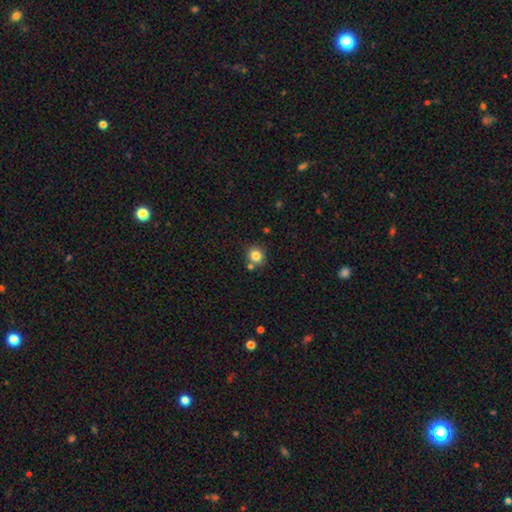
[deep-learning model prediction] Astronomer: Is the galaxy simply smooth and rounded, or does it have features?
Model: smooth — 82%.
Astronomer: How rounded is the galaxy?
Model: round — 86%.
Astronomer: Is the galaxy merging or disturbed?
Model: none — 74%.